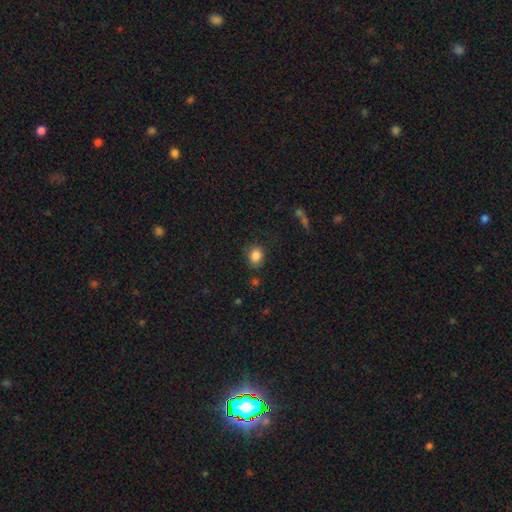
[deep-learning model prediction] Q: Smooth or featured?
A: smooth (85%); runner-up: star or artifact (10%)
Q: How rounded?
A: round (52%); runner-up: in between (47%)
Q: Merging?
A: none (81%); runner-up: minor disturbance (13%)